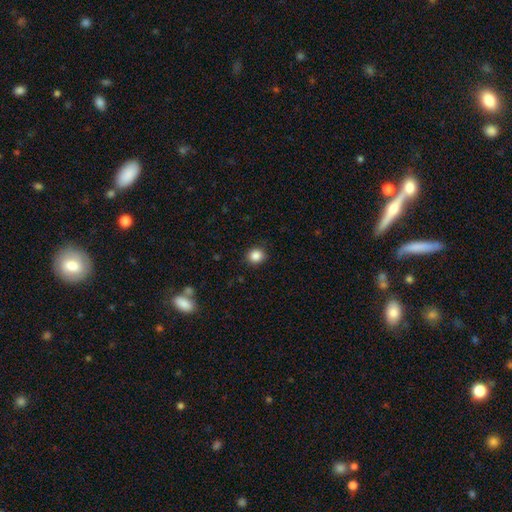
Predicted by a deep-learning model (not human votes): Smooth or featured: smooth — 86% (star or artifact — 10%)
How rounded: round — 85% (in between — 14%)
Merging: none — 89% (minor disturbance — 7%)